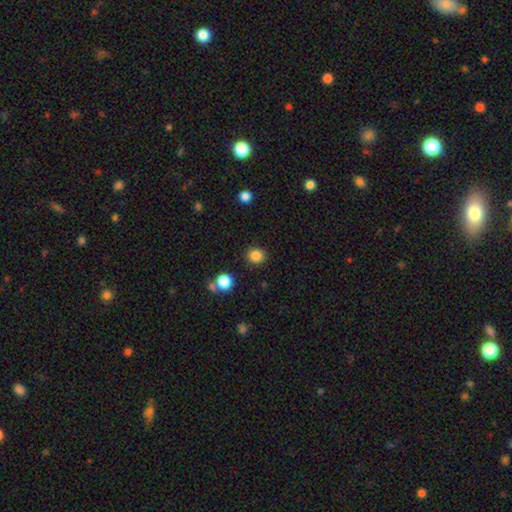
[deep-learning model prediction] smooth-or-featured: smooth: 85% | star or artifact: 12% | featured or disk: 4%
  how-rounded: round: 86% | in between: 13% | cigar-shaped: 1%
  merging: none: 88% | minor disturbance: 7% | major disturbance: 3% | merger: 2%